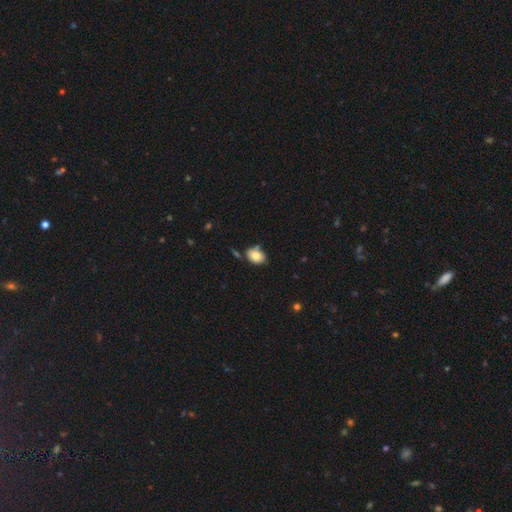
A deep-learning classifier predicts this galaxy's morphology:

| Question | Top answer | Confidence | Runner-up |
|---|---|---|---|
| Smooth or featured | smooth | 82% | featured or disk (10%) |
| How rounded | in between | 68% | round (31%) |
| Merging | none | 65% | minor disturbance (23%) |